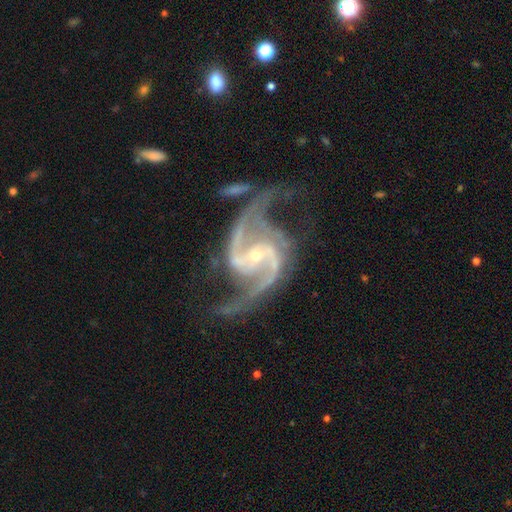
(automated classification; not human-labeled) Smooth or featured? Predicted: featured or disk (p=0.93). Edge-on disk? Predicted: no (p=0.98). Bar? Predicted: weak (p=0.37). Spiral arms? Predicted: yes (p=0.99). Spiral winding? Predicted: medium (p=0.55). Spiral arm count? Predicted: 2 (p=0.87). Bulge size? Predicted: small (p=0.70). Merging? Predicted: none (p=0.60).